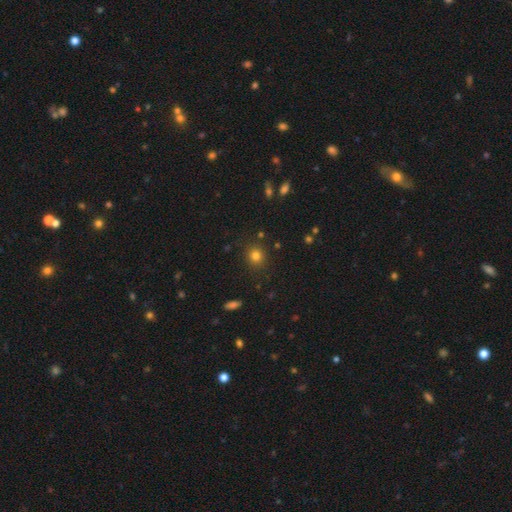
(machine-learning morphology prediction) This is likely a smooth galaxy (79%). How rounded: clearly round (83%). Merging: clearly none (87%).